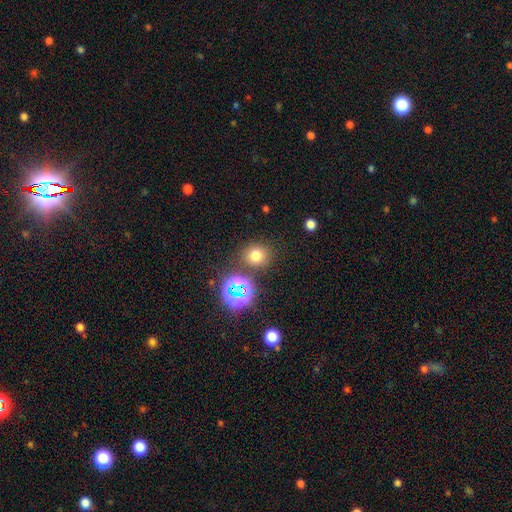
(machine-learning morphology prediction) A smooth galaxy with no disk features (69%) that is round (82%).

Vote fractions:
- Smooth or featured? smooth: 69% / star or artifact: 24% / featured or disk: 8%
- How rounded? round: 82% / in between: 17% / cigar-shaped: 1%
- Merging? none: 80% / minor disturbance: 9% / merger: 8% / major disturbance: 4%